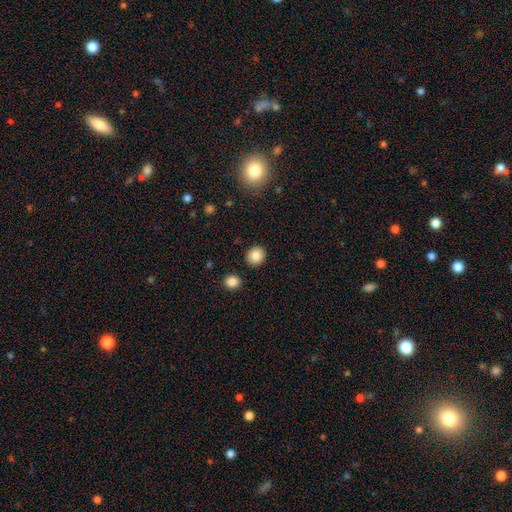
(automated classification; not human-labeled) Smooth or featured? Predicted: smooth (p=0.85). How rounded? Predicted: round (p=0.80). Merging? Predicted: none (p=0.89).